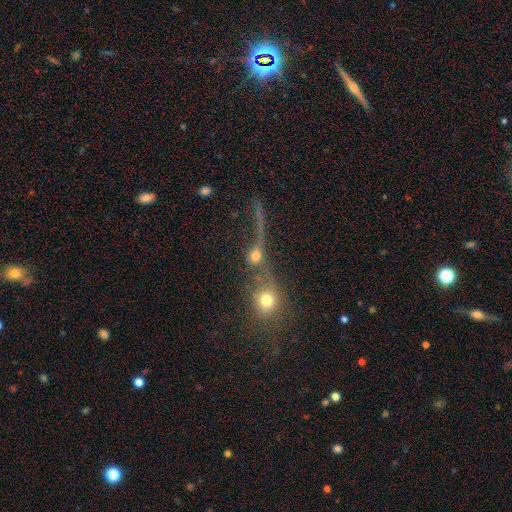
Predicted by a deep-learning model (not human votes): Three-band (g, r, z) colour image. It shows a smooth galaxy with no disk features (59%) that is round (68%). Merging: merger (56%).